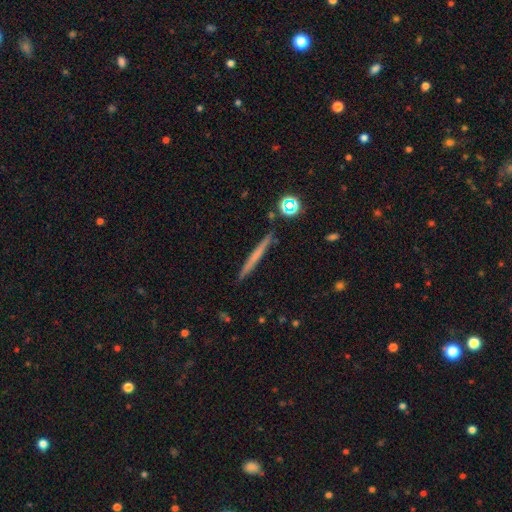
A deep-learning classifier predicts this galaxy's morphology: Smooth or featured? smooth (52%)
How rounded? cigar-shaped (96%)
Merging? none (90%)